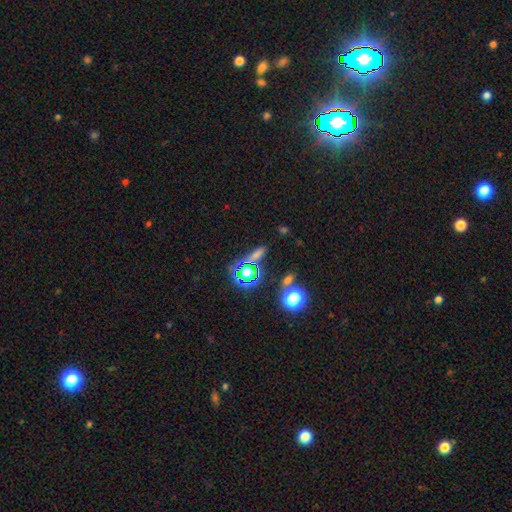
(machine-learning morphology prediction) A star or artifact, not a galaxy (46%).

Vote fractions:
- Smooth or featured? star or artifact: 46% / smooth: 42% / featured or disk: 12%